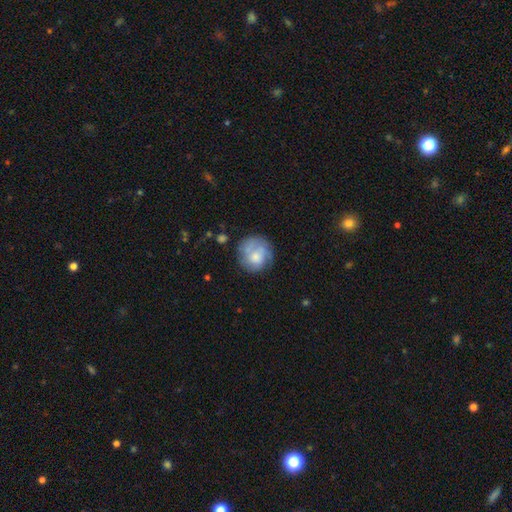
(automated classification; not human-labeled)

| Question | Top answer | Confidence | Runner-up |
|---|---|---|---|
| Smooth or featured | featured or disk | 47% | tied: smooth (47%) |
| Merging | none | 64% | minor disturbance (21%) |